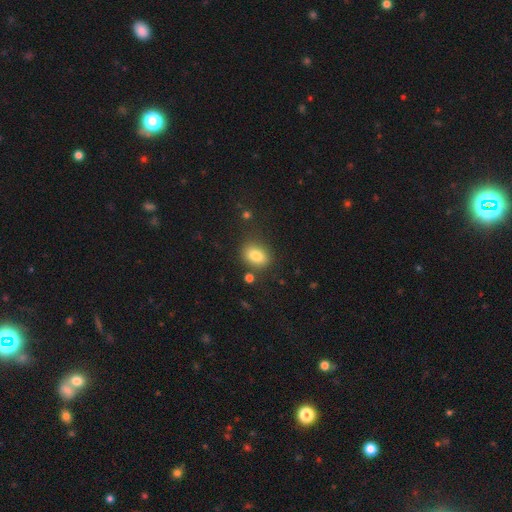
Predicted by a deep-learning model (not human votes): Smooth or featured?
  - smooth: 82% *
  - star or artifact: 10%
  - featured or disk: 8%
How rounded?
  - in between: 75% *
  - round: 24%
  - cigar-shaped: 2%
Merging?
  - none: 76% *
  - minor disturbance: 14%
  - merger: 6%
  - major disturbance: 4%